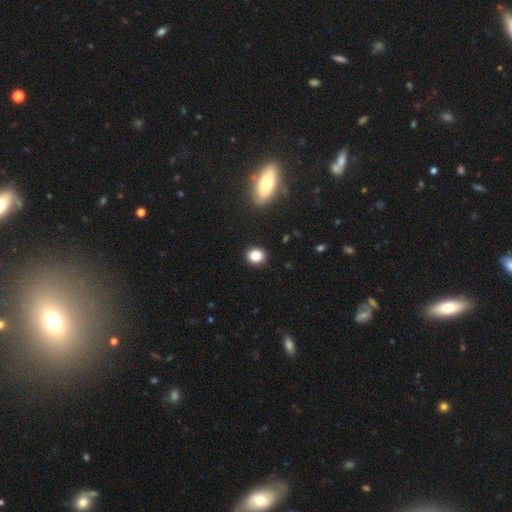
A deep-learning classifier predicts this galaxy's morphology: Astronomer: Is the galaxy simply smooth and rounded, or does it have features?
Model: smooth — 85%.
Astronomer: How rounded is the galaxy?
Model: round — 72%.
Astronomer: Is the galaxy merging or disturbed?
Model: none — 90%.